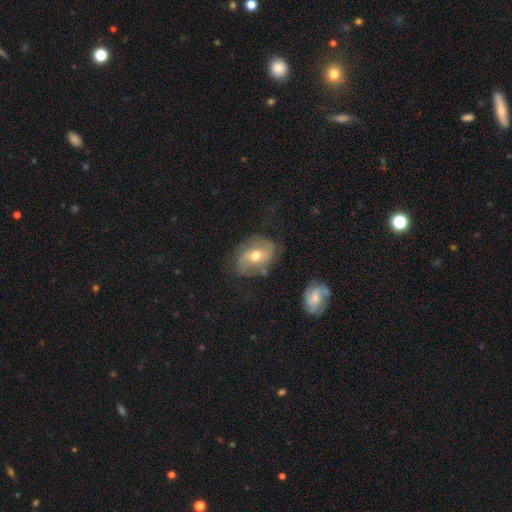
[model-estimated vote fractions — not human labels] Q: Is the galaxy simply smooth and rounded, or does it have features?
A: featured or disk — 63%.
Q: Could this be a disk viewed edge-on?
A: no — 95%.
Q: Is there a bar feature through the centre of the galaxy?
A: no — 53%.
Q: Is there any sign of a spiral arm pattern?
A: yes — 78%.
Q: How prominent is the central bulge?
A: moderate — 75%.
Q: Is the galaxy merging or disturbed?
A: none — 68%.